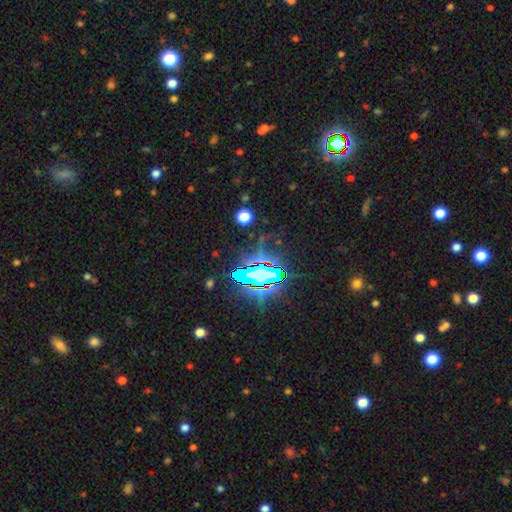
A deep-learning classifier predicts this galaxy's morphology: smooth_or_featured: star or artifact (p=0.82) [alt: smooth p=0.10]